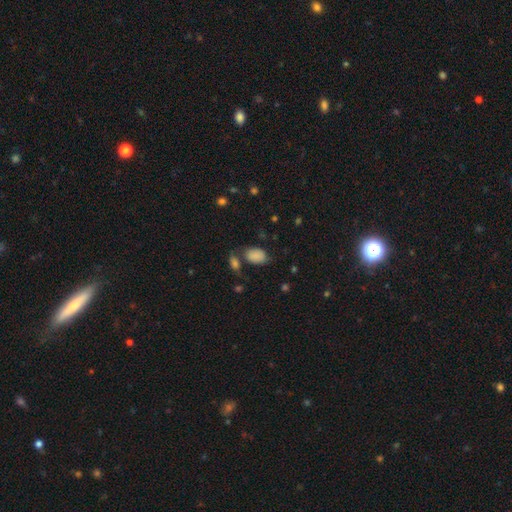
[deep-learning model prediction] smooth-or-featured: smooth: 85% | star or artifact: 9% | featured or disk: 6%
  how-rounded: in between: 87% | round: 11% | cigar-shaped: 1%
  merging: none: 61% | minor disturbance: 20% | merger: 12% | major disturbance: 7%